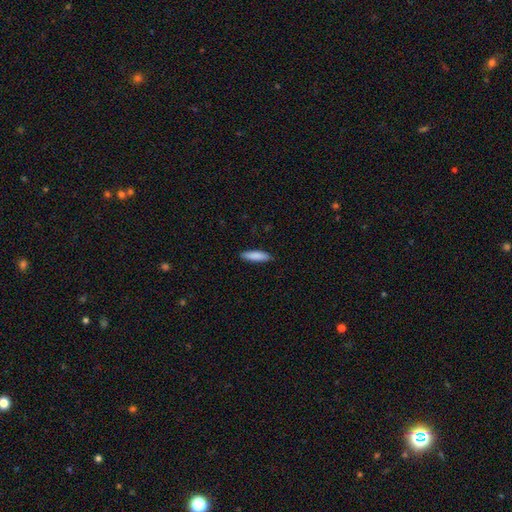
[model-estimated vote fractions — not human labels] smooth_or_featured: smooth (p=0.87) [alt: featured or disk p=0.08]
how_rounded: cigar-shaped (p=0.68) [alt: in between p=0.30]
merging: none (p=0.88) [alt: minor disturbance p=0.09]